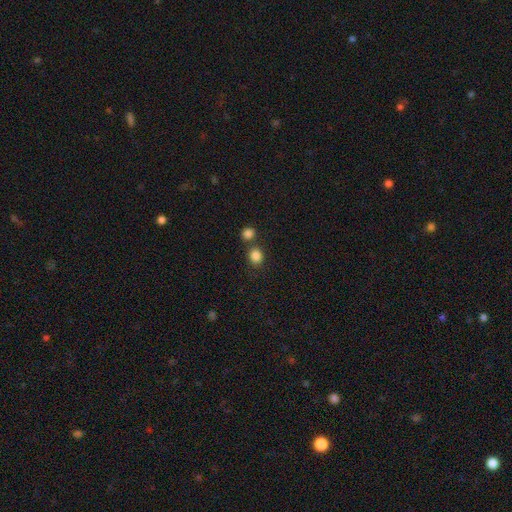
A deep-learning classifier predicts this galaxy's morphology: smooth_or_featured: smooth (p=0.85) [alt: star or artifact p=0.11]
how_rounded: round (p=0.68) [alt: in between p=0.31]
merging: none (p=0.66) [alt: merger p=0.22]